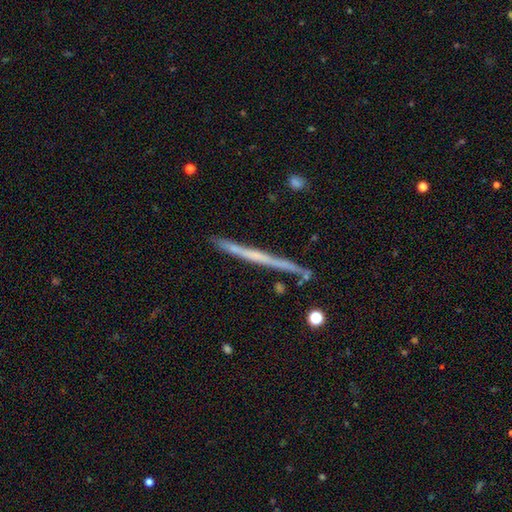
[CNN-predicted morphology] This appears to be a featured or disk galaxy (60%) viewed edge-on (97%) with no central bulge (85%). Merging: none (84%).